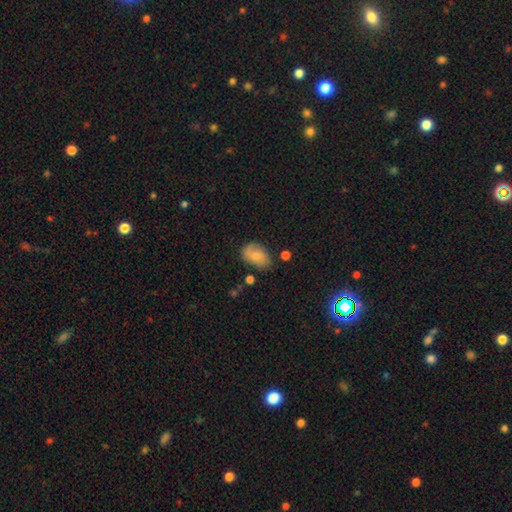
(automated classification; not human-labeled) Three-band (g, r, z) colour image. It shows a smooth galaxy with no disk features (60%) that is in between round and cigar-shaped (83%). Merging: none (67%).